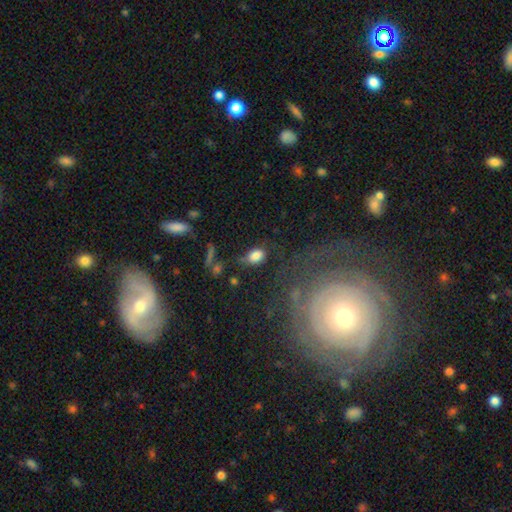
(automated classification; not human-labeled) smooth 80%, featured or disk 10%, star or artifact 9%. Down the decision tree: how rounded — in between (83%); merging — none (48%).